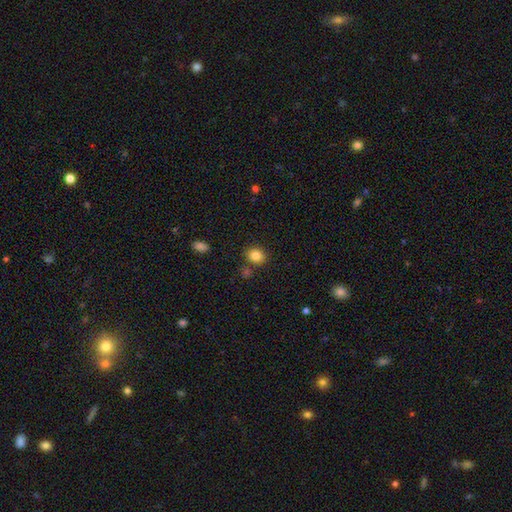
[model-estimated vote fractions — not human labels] Smooth or featured? Predicted: smooth (p=0.84). How rounded? Predicted: round (p=0.65). Merging? Predicted: none (p=0.81).